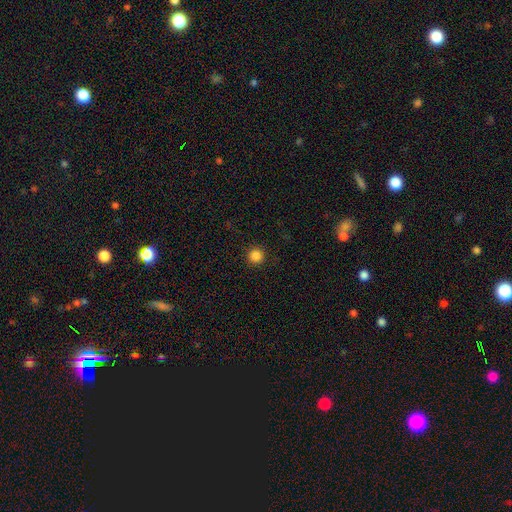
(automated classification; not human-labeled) smooth-or-featured: smooth: 85% | star or artifact: 12% | featured or disk: 3%
  how-rounded: round: 96% | in between: 3% | cigar-shaped: 1%
  merging: none: 92% | minor disturbance: 5% | major disturbance: 2% | merger: 1%